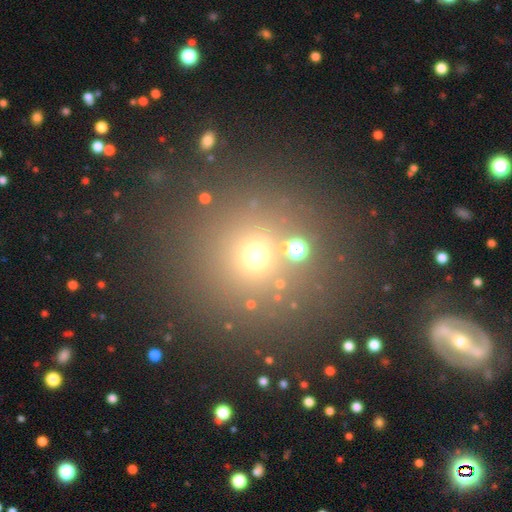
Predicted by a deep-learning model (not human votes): Q: Smooth or featured?
A: smooth (53%); runner-up: star or artifact (36%)
Q: How rounded?
A: round (92%); runner-up: in between (7%)
Q: Merging?
A: none (77%); runner-up: merger (11%)